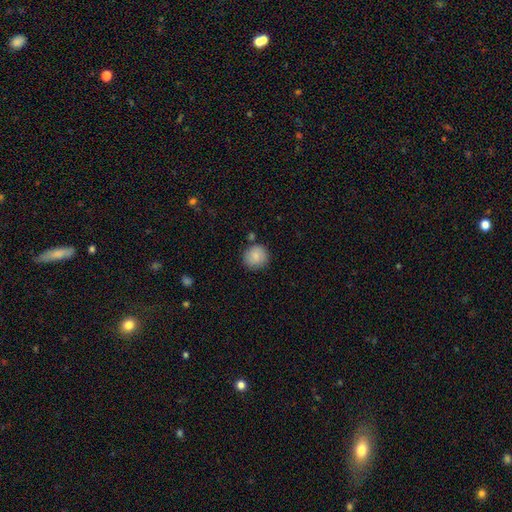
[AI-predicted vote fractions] Smooth or featured: smooth — 84% (featured or disk — 9%)
How rounded: round — 90% (in between — 9%)
Merging: none — 81% (minor disturbance — 12%)